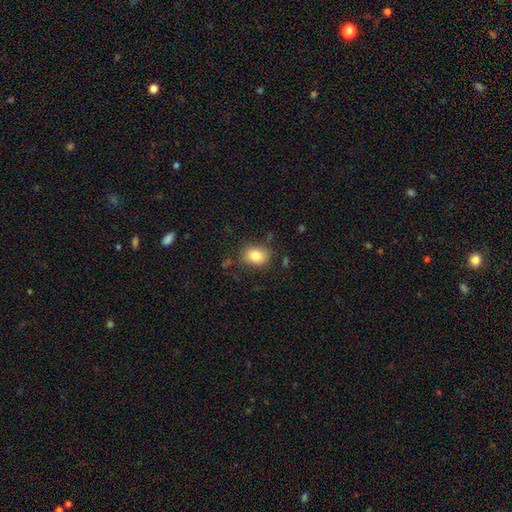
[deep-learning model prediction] A smooth galaxy with no disk features (82%) that is in between round and cigar-shaped (64%).

Vote fractions:
- Smooth or featured? smooth: 82% / star or artifact: 9% / featured or disk: 9%
- How rounded? in between: 64% / round: 35% / cigar-shaped: 1%
- Merging? none: 80% / minor disturbance: 14% / major disturbance: 4% / merger: 2%